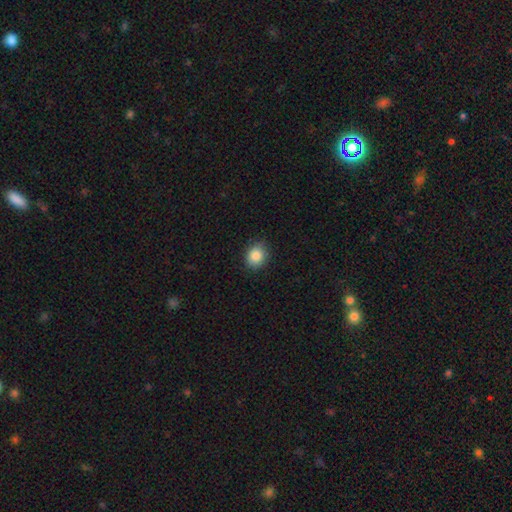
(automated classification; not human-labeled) Smooth or featured: smooth — 86% (star or artifact — 9%)
How rounded: round — 63% (in between — 36%)
Merging: none — 85% (minor disturbance — 11%)